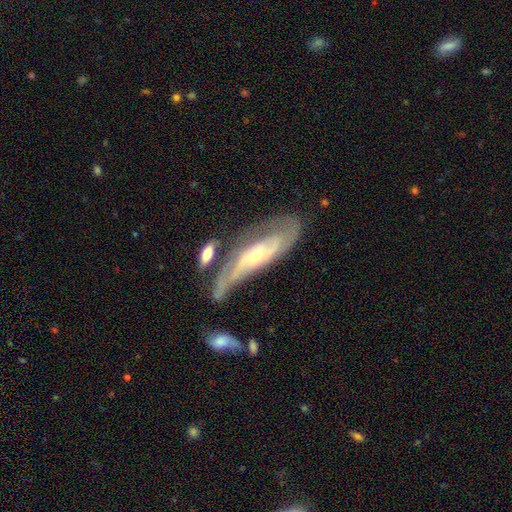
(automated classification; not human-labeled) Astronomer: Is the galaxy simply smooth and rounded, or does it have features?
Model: featured or disk — 81%.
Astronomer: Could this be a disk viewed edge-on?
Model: no — 81%.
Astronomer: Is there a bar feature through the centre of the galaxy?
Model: no — 59%.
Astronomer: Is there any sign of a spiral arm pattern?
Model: yes — 88%.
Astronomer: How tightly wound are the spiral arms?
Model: tight — 48% (runner-up: medium, 36%).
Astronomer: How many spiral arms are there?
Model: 2 — 55% (runner-up: can't tell, 31%).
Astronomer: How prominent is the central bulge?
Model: small — 57% (runner-up: moderate, 39%).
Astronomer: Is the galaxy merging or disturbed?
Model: none — 54%.